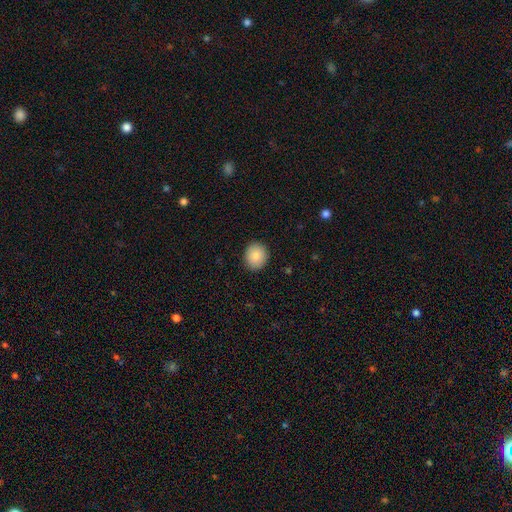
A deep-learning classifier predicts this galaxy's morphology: smooth 87%, star or artifact 8%, featured or disk 5%. Down the decision tree: how rounded — round (77%); merging — none (91%).